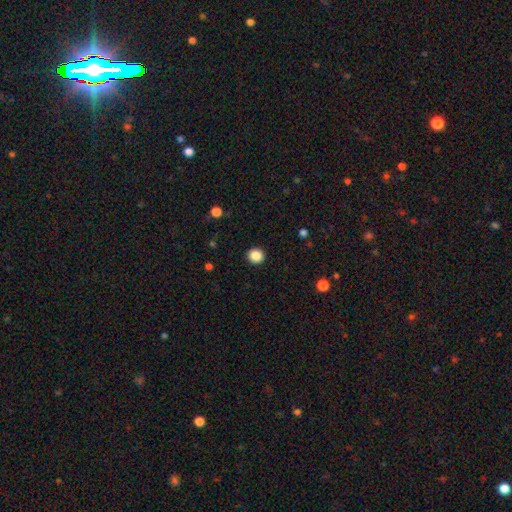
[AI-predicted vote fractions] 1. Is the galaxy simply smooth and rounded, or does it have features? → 87% smooth, 10% star or artifact, 3% featured or disk.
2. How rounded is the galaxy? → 92% round, 7% in between, 1% cigar-shaped.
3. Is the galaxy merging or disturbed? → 93% none, 5% minor disturbance, 2% major disturbance, 1% merger.